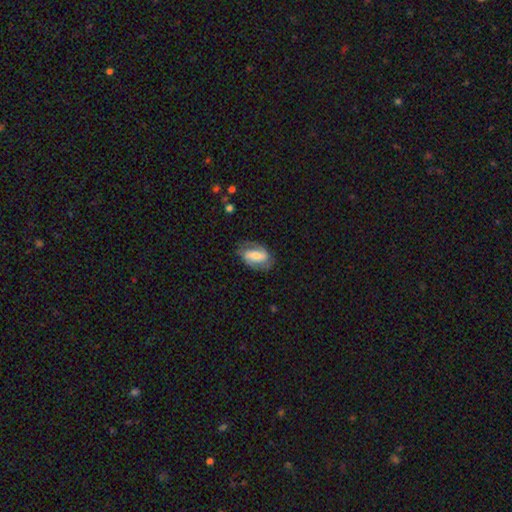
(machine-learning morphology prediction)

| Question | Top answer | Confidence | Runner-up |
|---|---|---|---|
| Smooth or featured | featured or disk | 70% | smooth (24%) |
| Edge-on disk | no | 96% | yes (4%) |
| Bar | weak | 39% | tied: strong (39%) |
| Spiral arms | yes | 89% | no (11%) |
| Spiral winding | medium | 46% | tight (28%) |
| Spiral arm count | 2 | 87% | can't tell (6%) |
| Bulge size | moderate | 51% | small (34%) |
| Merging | none | 76% | minor disturbance (17%) |